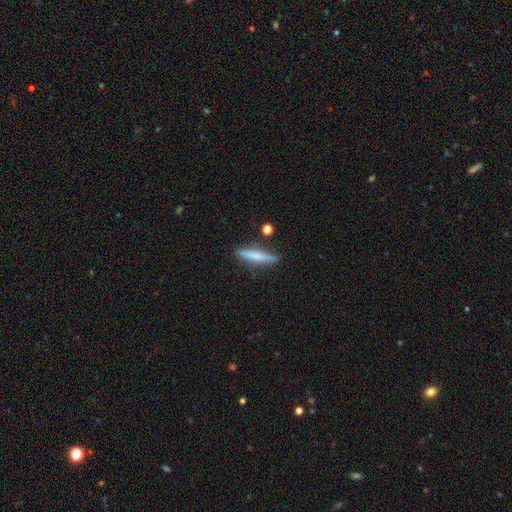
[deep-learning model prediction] This is likely a smooth galaxy (62%). How rounded: clearly cigar-shaped (88%). Merging: clearly none (84%).